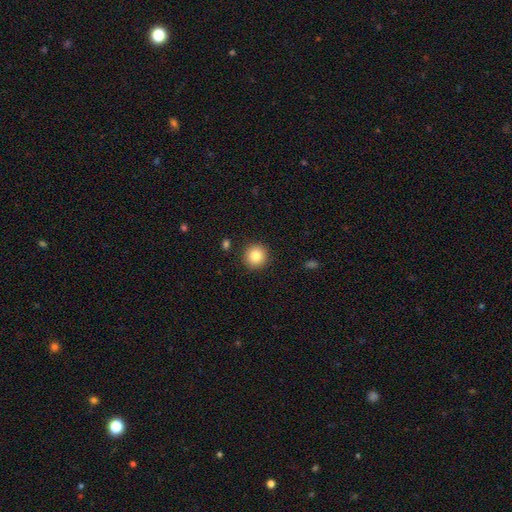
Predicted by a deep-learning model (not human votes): Smooth or featured: smooth — 84% (star or artifact — 10%)
How rounded: round — 93% (in between — 6%)
Merging: none — 90% (minor disturbance — 6%)